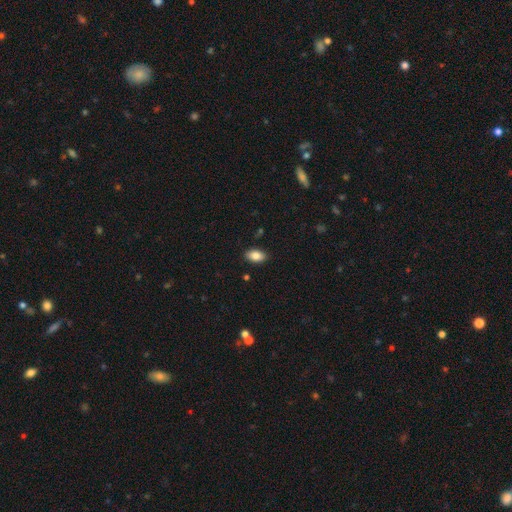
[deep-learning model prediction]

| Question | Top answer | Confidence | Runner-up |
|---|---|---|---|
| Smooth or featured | smooth | 85% | star or artifact (8%) |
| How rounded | in between | 92% | round (6%) |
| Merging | none | 87% | minor disturbance (9%) |